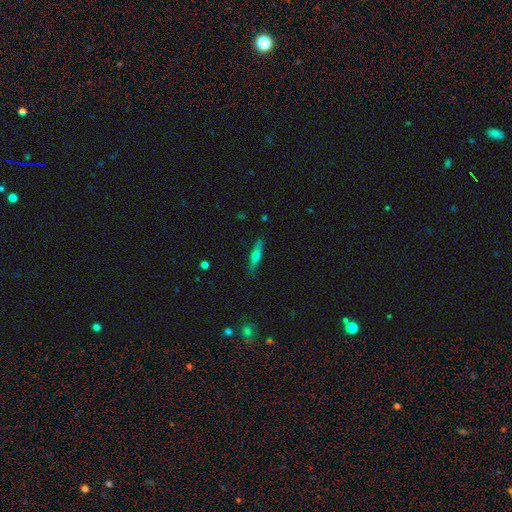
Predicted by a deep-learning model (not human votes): smooth_or_featured: featured or disk (p=0.51) [alt: smooth p=0.42]
disk_edge_on: yes (p=0.93) [alt: no p=0.07]
merging: none (p=0.87) [alt: minor disturbance p=0.10]